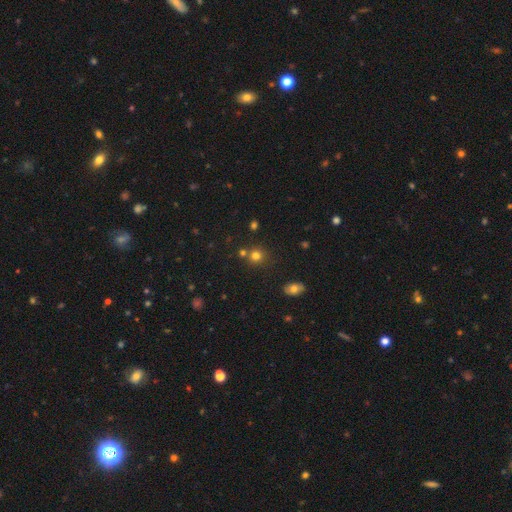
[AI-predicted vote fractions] smooth 75%, star or artifact 17%, featured or disk 8%. Down the decision tree: how rounded — round (87%); merging — none (69%).